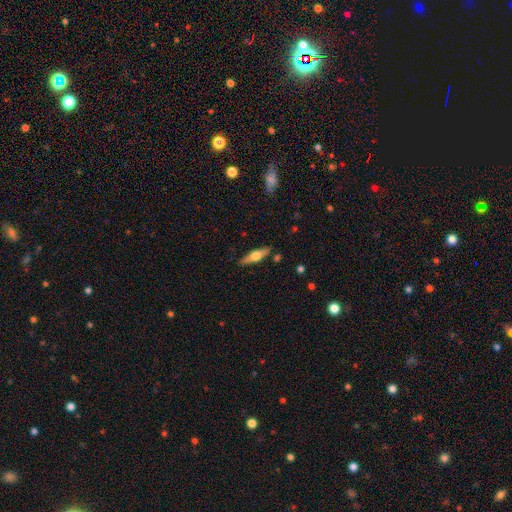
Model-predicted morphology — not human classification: smooth_or_featured: featured or disk (p=0.55) [alt: smooth p=0.39]
disk_edge_on: yes (p=0.94) [alt: no p=0.06]
edge_on_bulge: rounded (p=0.94) [alt: boxy p=0.04]
merging: none (p=0.88) [alt: minor disturbance p=0.09]